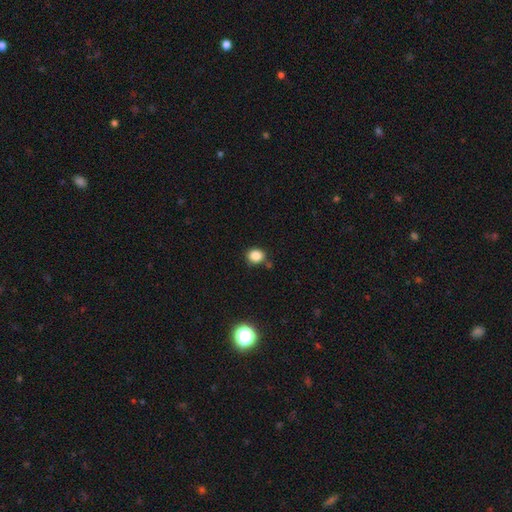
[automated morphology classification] A smooth galaxy with no disk features (85%) that is round (74%).

Vote fractions:
- Smooth or featured? smooth: 85% / star or artifact: 11% / featured or disk: 4%
- How rounded? round: 74% / in between: 25% / cigar-shaped: 1%
- Merging? none: 79% / minor disturbance: 13% / merger: 5% / major disturbance: 3%